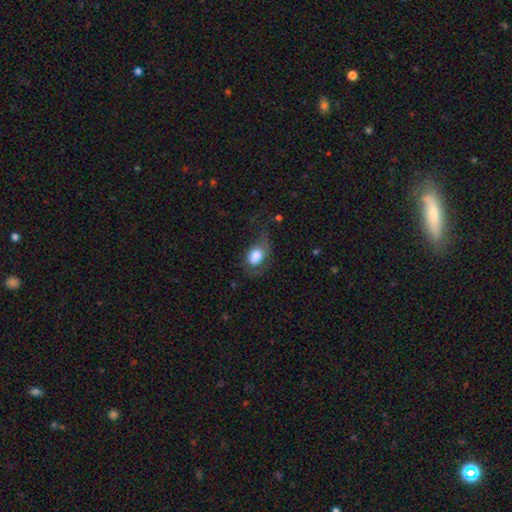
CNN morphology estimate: This appears to be a smooth galaxy with no disk features (77%) that is in between round and cigar-shaped (80%). Merging: major disturbance (34%).